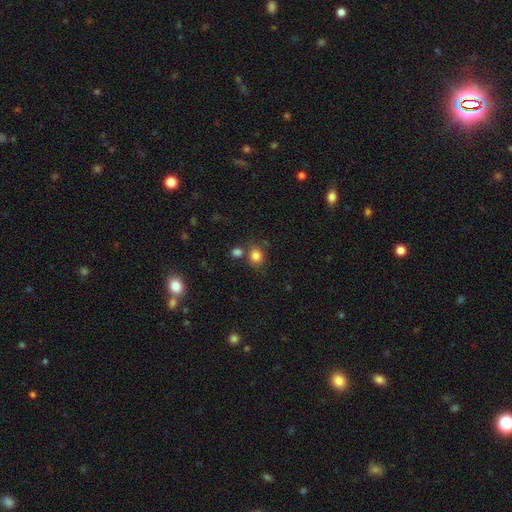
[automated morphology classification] A smooth galaxy with no disk features (82%) that is round (65%). Merging: none (65%).